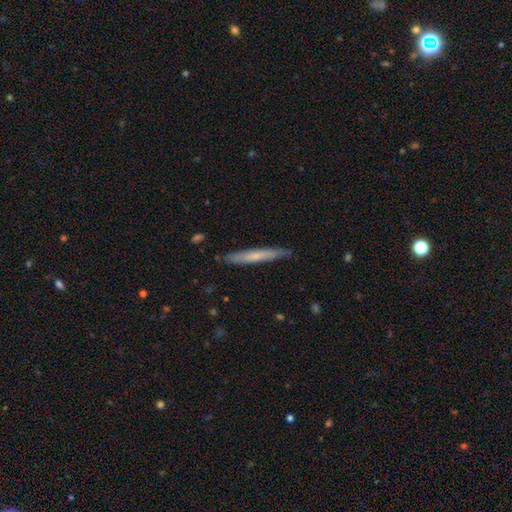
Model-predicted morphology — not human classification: A smooth galaxy with no disk features (58%) that is cigar-shaped (96%).

Vote fractions:
- Smooth or featured? smooth: 58% / featured or disk: 36% / star or artifact: 5%
- How rounded? cigar-shaped: 96% / in between: 3% / round: 1%
- Merging? none: 87% / minor disturbance: 10% / major disturbance: 2% / merger: 1%